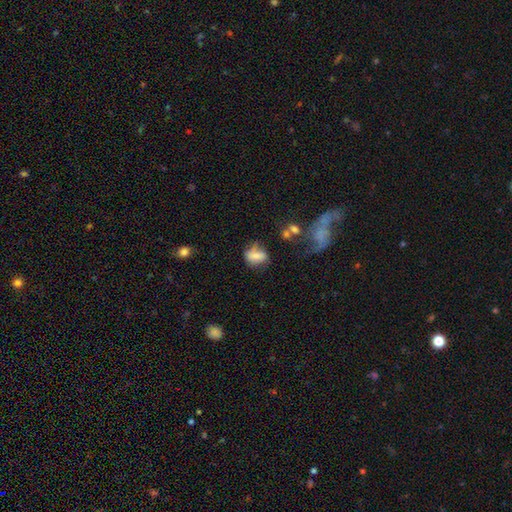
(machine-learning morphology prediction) smooth 62%, featured or disk 27%, star or artifact 11%. Down the decision tree: how rounded — in between (66%); merging — none (45%).